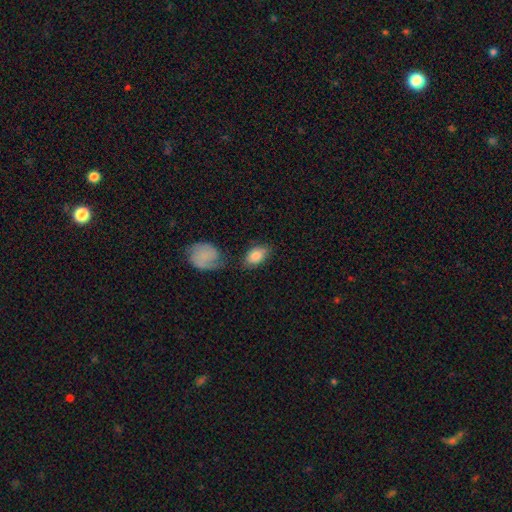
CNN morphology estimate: This appears to be a smooth galaxy with no disk features (81%) that is in between round and cigar-shaped (87%). Merging: none (62%).